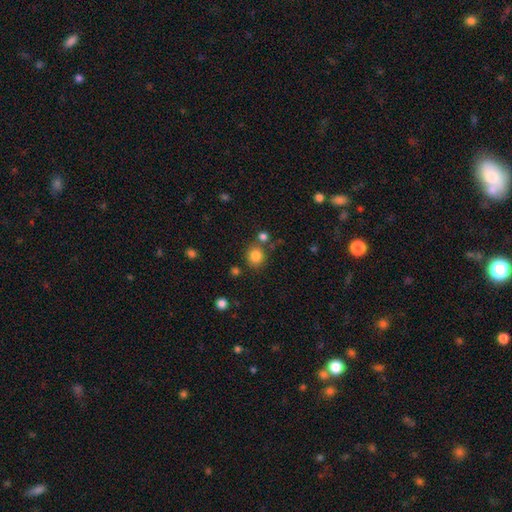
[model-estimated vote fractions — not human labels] A smooth galaxy with no disk features (83%) that is round (85%).

Vote fractions:
- Smooth or featured? smooth: 83% / star or artifact: 12% / featured or disk: 5%
- How rounded? round: 85% / in between: 14% / cigar-shaped: 1%
- Merging? none: 75% / merger: 12% / minor disturbance: 10% / major disturbance: 3%